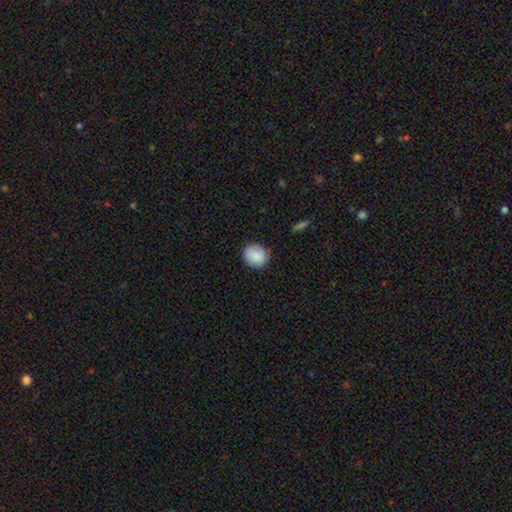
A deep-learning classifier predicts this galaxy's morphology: This is clearly a smooth galaxy (87%). How rounded: clearly round (81%). Merging: clearly none (85%).